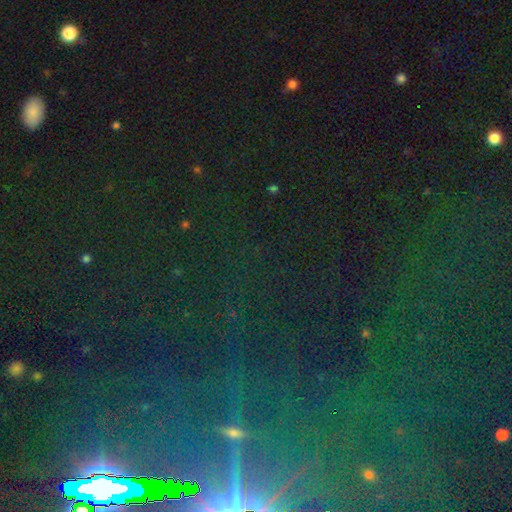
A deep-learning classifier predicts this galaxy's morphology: This appears to be a star or artifact, not a galaxy (77%).